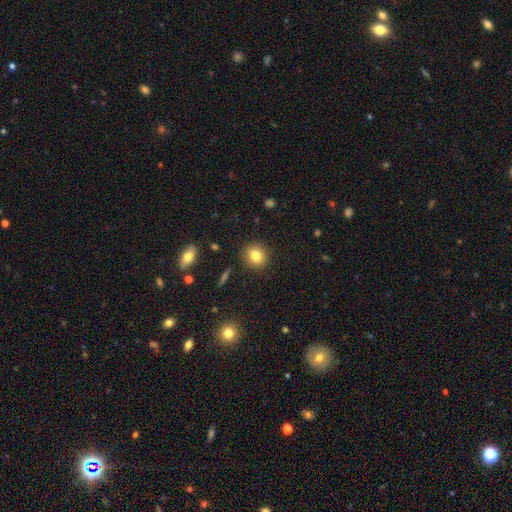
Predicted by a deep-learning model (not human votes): smooth 82%, star or artifact 10%, featured or disk 8%. Down the decision tree: how rounded — round (84%); merging — none (90%).